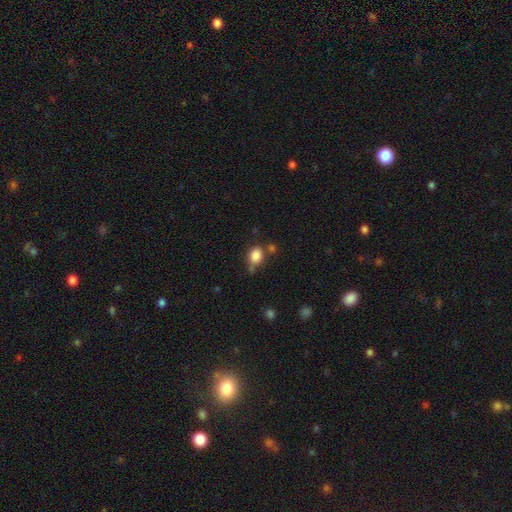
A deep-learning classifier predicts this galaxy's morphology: Overall: smooth (83%). How rounded: round (50%; in between 49%). Merging: none (55%; minor disturbance 24%).